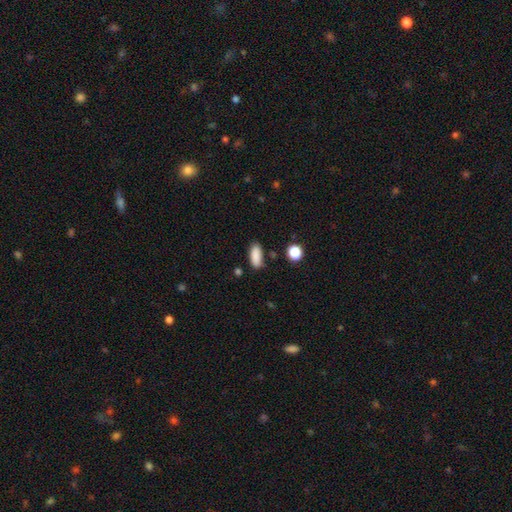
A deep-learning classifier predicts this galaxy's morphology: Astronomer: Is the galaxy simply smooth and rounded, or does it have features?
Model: smooth — 87%.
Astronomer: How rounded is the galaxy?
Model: in between — 78%.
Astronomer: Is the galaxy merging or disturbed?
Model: none — 81%.